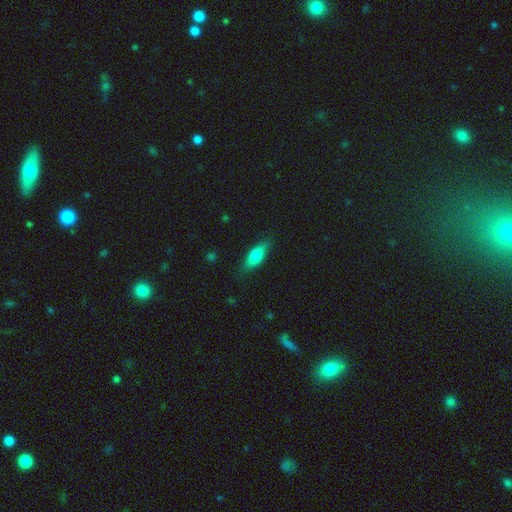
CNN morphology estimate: Smooth or featured? smooth (76%)
How rounded? in between (72%)
Merging? none (81%)